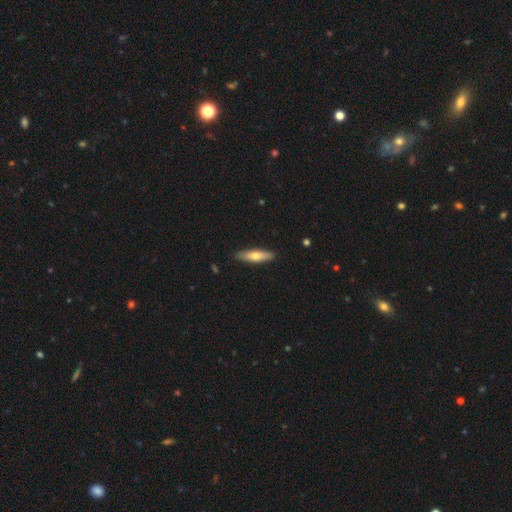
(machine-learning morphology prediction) Smooth or featured: smooth — 63% (featured or disk — 32%)
How rounded: cigar-shaped — 69% (in between — 29%)
Merging: none — 88% (minor disturbance — 9%)